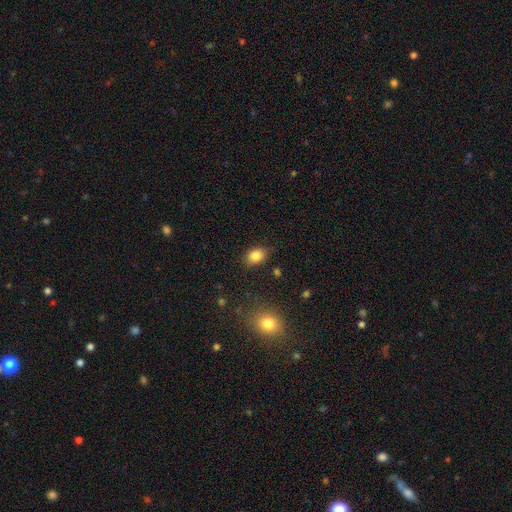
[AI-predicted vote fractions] A smooth galaxy with no disk features (85%) that is in between round and cigar-shaped (65%). Merging: none (82%).